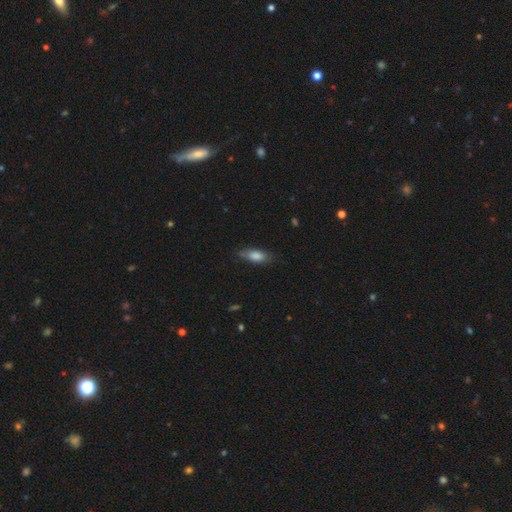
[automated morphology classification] Smooth or featured? smooth (79%)
How rounded? in between (72%)
Merging? none (75%)